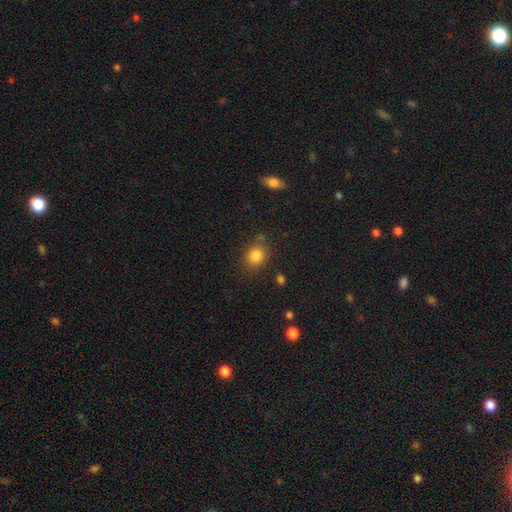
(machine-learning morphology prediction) Overall: smooth (83%). How rounded: round (68%; in between 31%). Merging: none (78%).